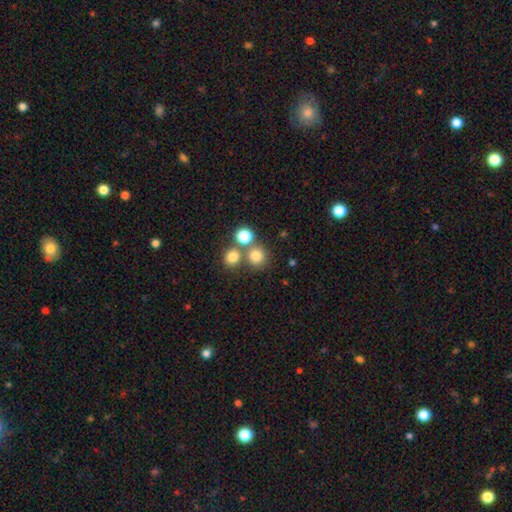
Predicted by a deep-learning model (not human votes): smooth-or-featured: smooth: 76% | star or artifact: 17% | featured or disk: 8%
  how-rounded: round: 90% | in between: 9% | cigar-shaped: 1%
  merging: none: 67% | merger: 23% | minor disturbance: 7% | major disturbance: 3%